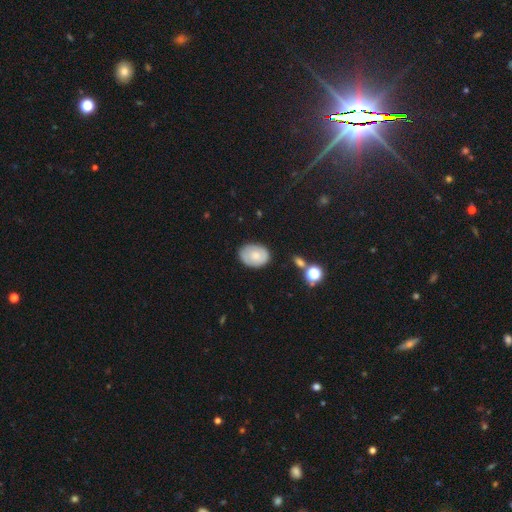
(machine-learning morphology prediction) The model was most divided on "how rounded": in between: 73%, round: 26%, cigar-shaped: 1%. More confident: merging — none (79%); smooth or featured — smooth (72%).